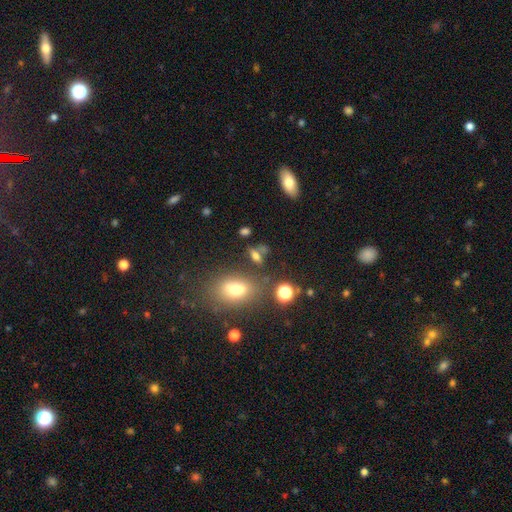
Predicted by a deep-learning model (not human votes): Smooth or featured? smooth (63%)
How rounded? in between (67%)
Merging? none (58%)